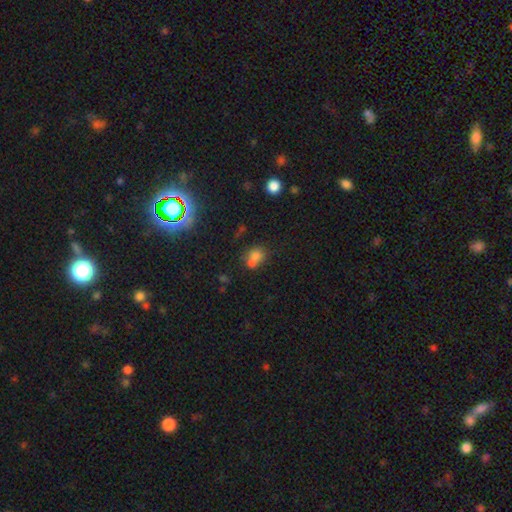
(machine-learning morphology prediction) This appears to be a smooth galaxy with no disk features (71%) that is round (62%). Merging: merger (50%).